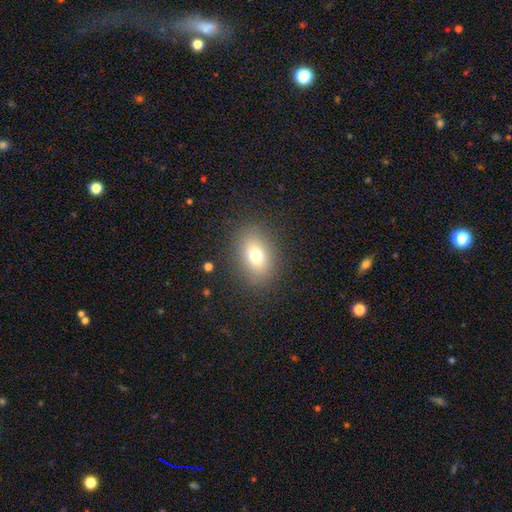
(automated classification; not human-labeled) Smooth or featured?
  - smooth: 73% *
  - featured or disk: 15%
  - star or artifact: 13%
How rounded?
  - in between: 72% *
  - round: 26%
  - cigar-shaped: 2%
Merging?
  - none: 85% *
  - minor disturbance: 9%
  - major disturbance: 4%
  - merger: 1%